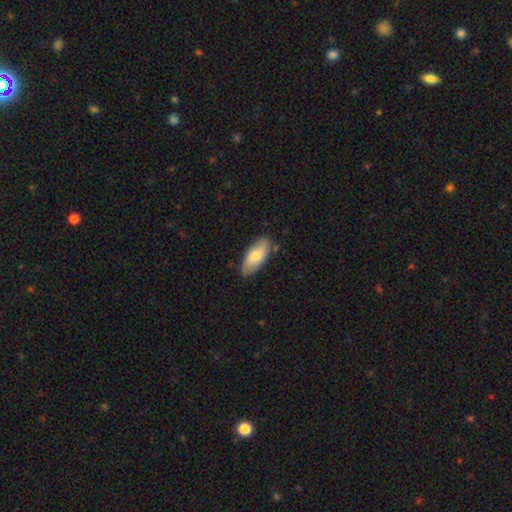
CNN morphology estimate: smooth_or_featured: smooth (p=0.70) [alt: featured or disk p=0.24]
how_rounded: in between (p=0.87) [alt: cigar-shaped p=0.11]
merging: none (p=0.78) [alt: minor disturbance p=0.17]